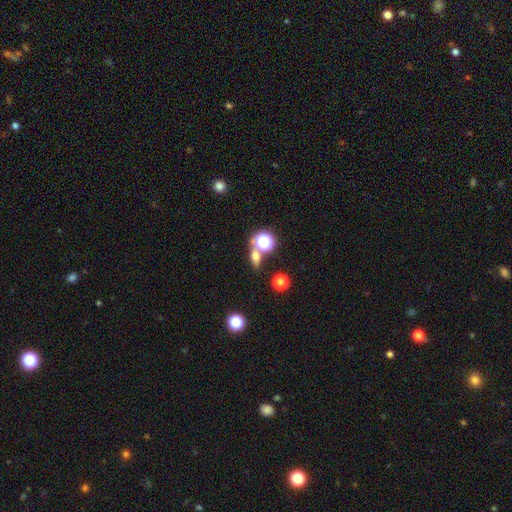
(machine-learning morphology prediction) This is possibly a smooth galaxy (59%). How rounded: possibly in between (52%). Merging: likely none (65%).